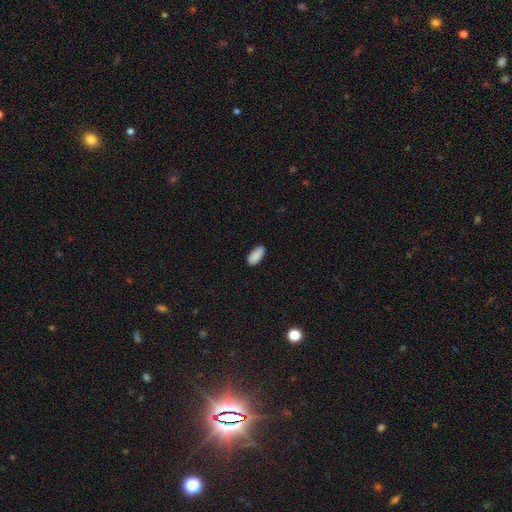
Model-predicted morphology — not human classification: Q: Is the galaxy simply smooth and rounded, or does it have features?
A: smooth — 90%.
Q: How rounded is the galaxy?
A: in between — 91%.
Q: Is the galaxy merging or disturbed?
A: none — 88%.